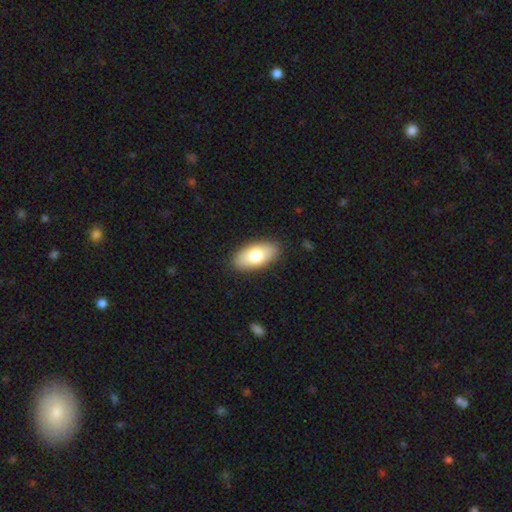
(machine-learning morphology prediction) smooth-or-featured: smooth: 75% | featured or disk: 19% | star or artifact: 6%
  how-rounded: in between: 92% | cigar-shaped: 5% | round: 3%
  merging: none: 88% | minor disturbance: 9% | major disturbance: 2% | merger: 1%